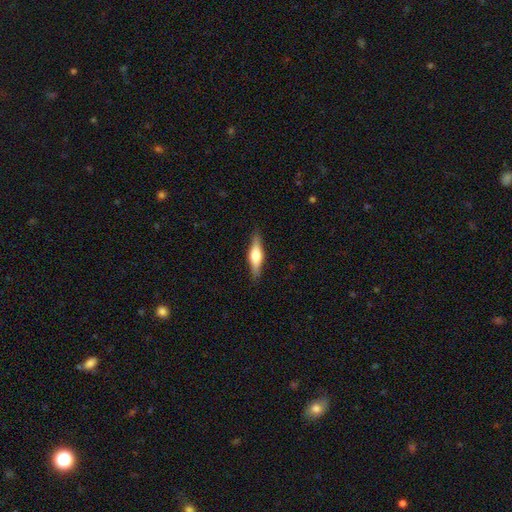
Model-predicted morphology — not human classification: This is possibly a featured or disk galaxy (54%). It is clearly viewed edge-on (95%). Edge-on bulge: clearly rounded (89%). Merging: clearly none (88%).